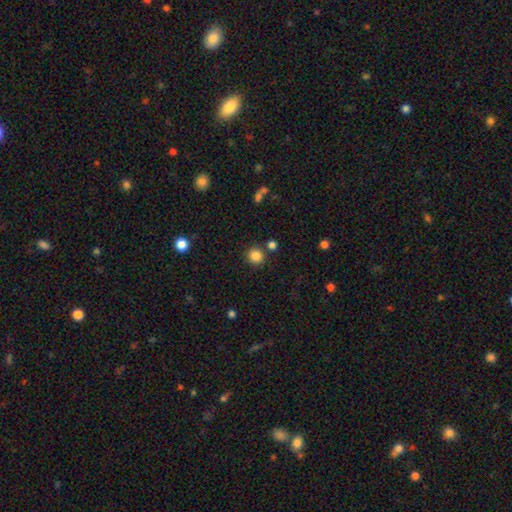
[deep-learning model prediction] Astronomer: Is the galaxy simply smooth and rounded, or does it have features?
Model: smooth — 85%.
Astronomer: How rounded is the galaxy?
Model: round — 91%.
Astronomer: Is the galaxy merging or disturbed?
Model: none — 83%.